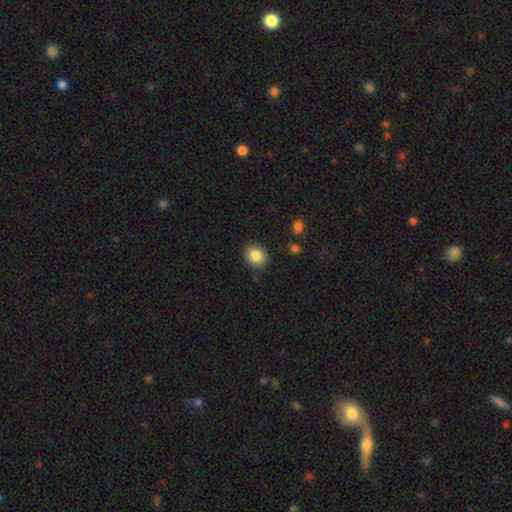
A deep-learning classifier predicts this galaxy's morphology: The model was most divided on "how rounded": round: 66%, in between: 34%, cigar-shaped: 1%. More confident: merging — none (85%); smooth or featured — smooth (85%).